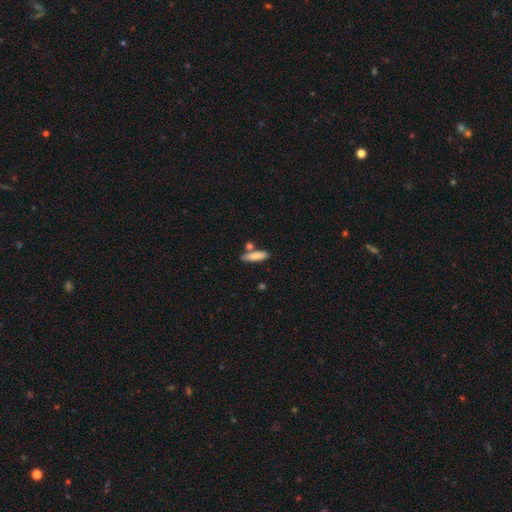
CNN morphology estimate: smooth-or-featured: smooth: 80% | featured or disk: 13% | star or artifact: 6%
  how-rounded: cigar-shaped: 64% | in between: 33% | round: 2%
  merging: none: 68% | merger: 16% | minor disturbance: 13% | major disturbance: 3%